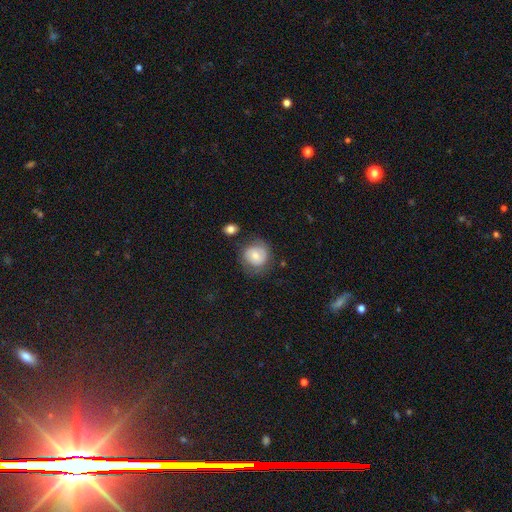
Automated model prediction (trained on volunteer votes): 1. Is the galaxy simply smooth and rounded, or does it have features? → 64% smooth, 28% featured or disk, 8% star or artifact.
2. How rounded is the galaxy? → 79% round, 20% in between, 1% cigar-shaped.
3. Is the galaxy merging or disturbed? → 64% none, 21% minor disturbance, 11% major disturbance, 4% merger.